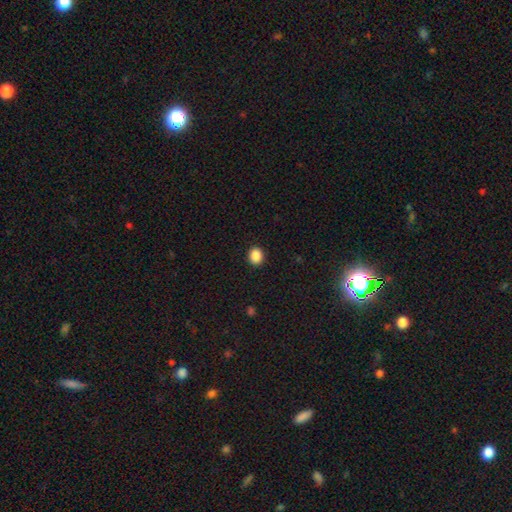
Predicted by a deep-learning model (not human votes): smooth 88%, star or artifact 9%, featured or disk 3%. Down the decision tree: how rounded — round (64%); merging — none (92%).